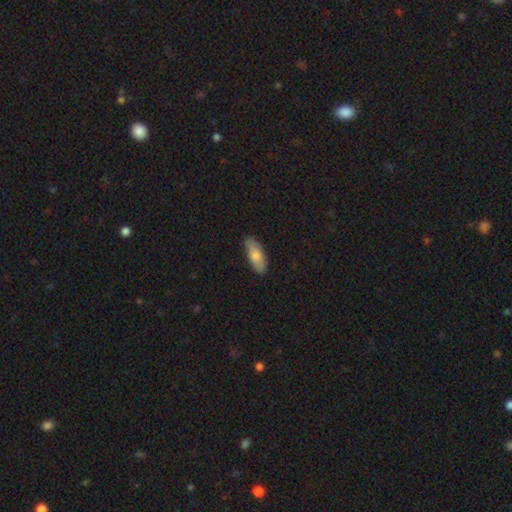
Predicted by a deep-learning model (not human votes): Smooth or featured: smooth — 81% (featured or disk — 14%)
How rounded: in between — 79% (cigar-shaped — 19%)
Merging: none — 84% (minor disturbance — 13%)